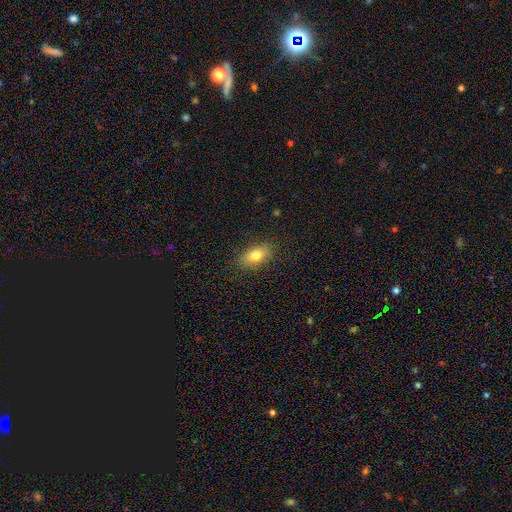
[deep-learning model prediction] smooth-or-featured: smooth: 76% | featured or disk: 16% | star or artifact: 8%
  how-rounded: in between: 83% | cigar-shaped: 9% | round: 7%
  merging: none: 86% | minor disturbance: 10% | major disturbance: 3% | merger: 1%